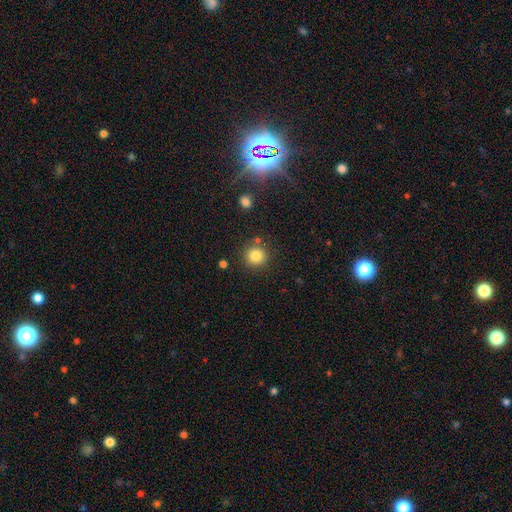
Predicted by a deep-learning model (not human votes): Smooth or featured? smooth (83%)
How rounded? round (92%)
Merging? none (83%)